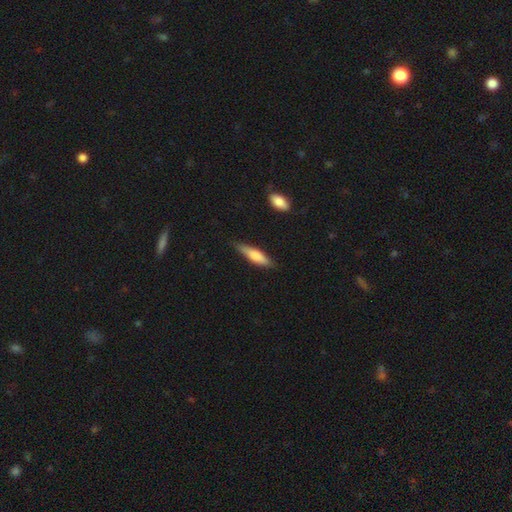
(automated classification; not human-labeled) This is likely a smooth galaxy (67%). How rounded: likely cigar-shaped (71%). Merging: likely none (79%).